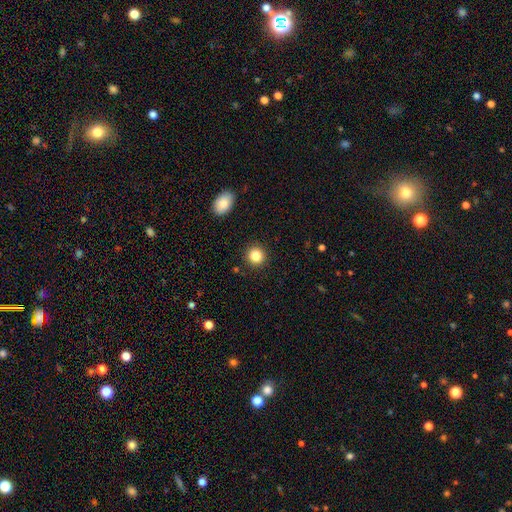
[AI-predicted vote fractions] This appears to be a smooth galaxy with no disk features (85%) that is round (90%). Merging: none (90%).